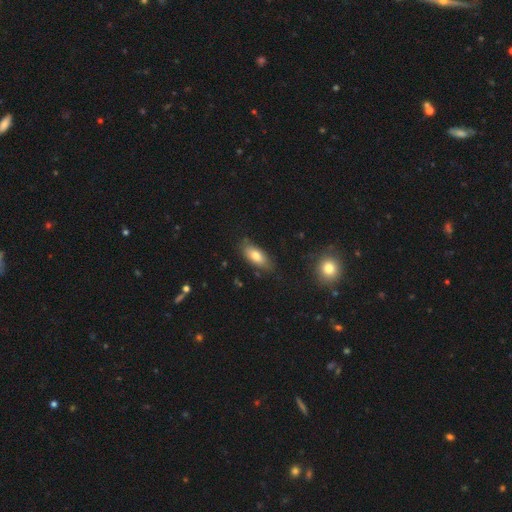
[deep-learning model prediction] Smooth or featured?
  - smooth: 75% *
  - featured or disk: 18%
  - star or artifact: 7%
How rounded?
  - in between: 85% *
  - cigar-shaped: 12%
  - round: 3%
Merging?
  - none: 75% *
  - minor disturbance: 19%
  - major disturbance: 4%
  - merger: 2%